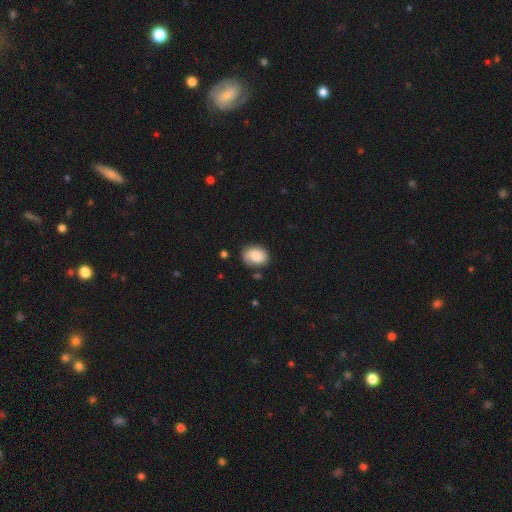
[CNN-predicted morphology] A smooth galaxy with no disk features (79%) that is in between round and cigar-shaped (65%). Merging: none (76%).